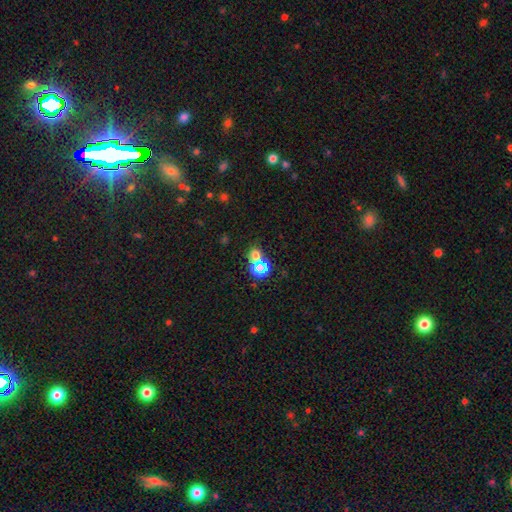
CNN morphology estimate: Smooth or featured: smooth — 48% (star or artifact — 41%)
Merging: none — 52% (merger — 33%)